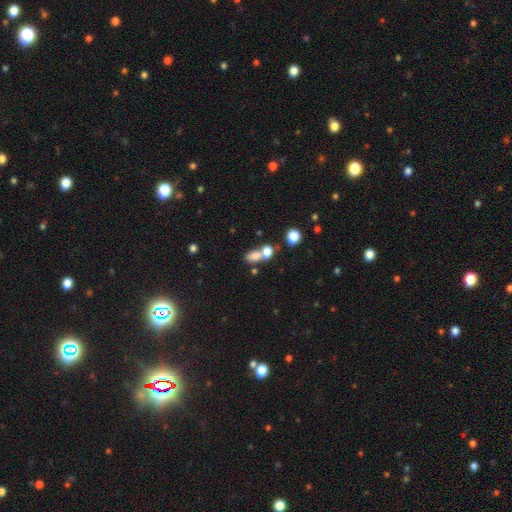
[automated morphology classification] smooth-or-featured: smooth: 75% | star or artifact: 13% | featured or disk: 12%
  how-rounded: in between: 73% | round: 24% | cigar-shaped: 3%
  merging: merger: 55% | none: 31% | minor disturbance: 9% | major disturbance: 5%